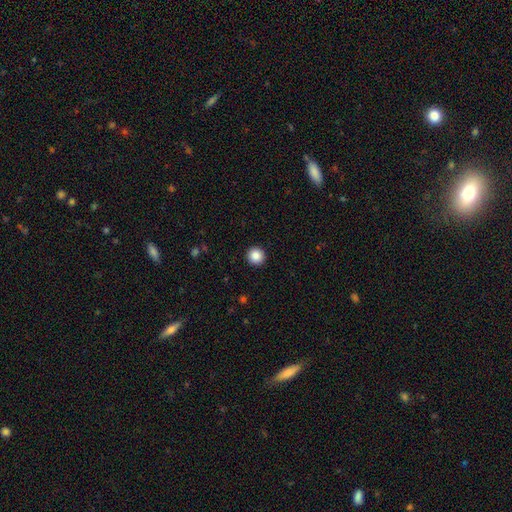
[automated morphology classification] A smooth galaxy with no disk features (87%) that is round (96%). Merging: none (93%).